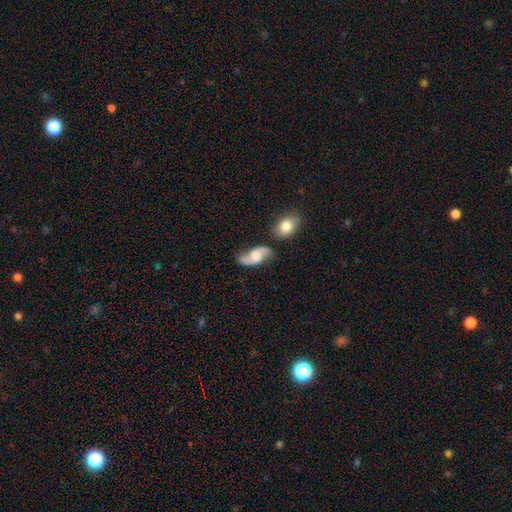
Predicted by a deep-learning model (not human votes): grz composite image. It shows a featured or disk galaxy (70%) with no bar (52%), 2 (92%) loose (73%) spiral arms (93%) and a moderate central bulge (46%). Merging: none (65%).